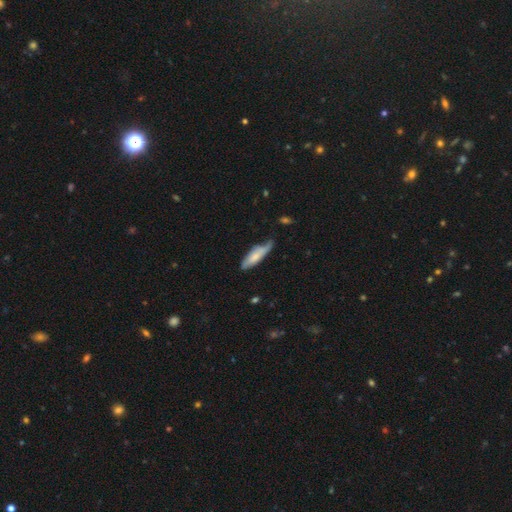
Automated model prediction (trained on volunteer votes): Morphology: type=smooth (63%); roundness=cigar-shaped (51%); merging=none (48%).